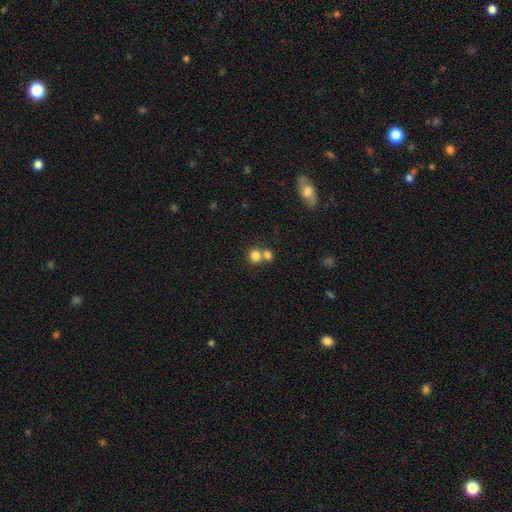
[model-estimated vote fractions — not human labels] Smooth or featured? Predicted: smooth (p=0.80). How rounded? Predicted: round (p=0.84). Merging? Predicted: none (p=0.46).